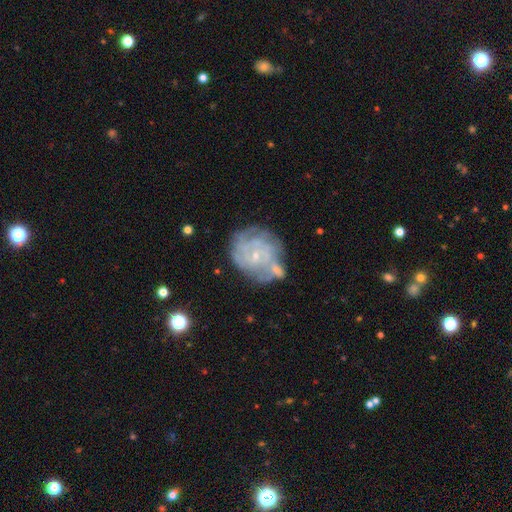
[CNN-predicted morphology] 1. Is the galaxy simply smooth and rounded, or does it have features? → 79% featured or disk, 14% smooth, 7% star or artifact.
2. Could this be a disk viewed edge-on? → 98% no, 2% yes.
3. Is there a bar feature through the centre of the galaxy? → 78% no, 18% weak, 3% strong.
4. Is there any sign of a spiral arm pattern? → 85% yes, 15% no.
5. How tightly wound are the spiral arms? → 71% tight, 23% medium, 6% loose.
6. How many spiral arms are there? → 46% can't tell, 16% 3, 13% 4, 13% 2, 6% more than 4, 6% 1.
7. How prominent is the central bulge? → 83% small, 13% moderate, 2% none, 1% large, 1% dominant.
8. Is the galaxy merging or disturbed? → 50% none, 21% minor disturbance, 19% merger, 10% major disturbance.